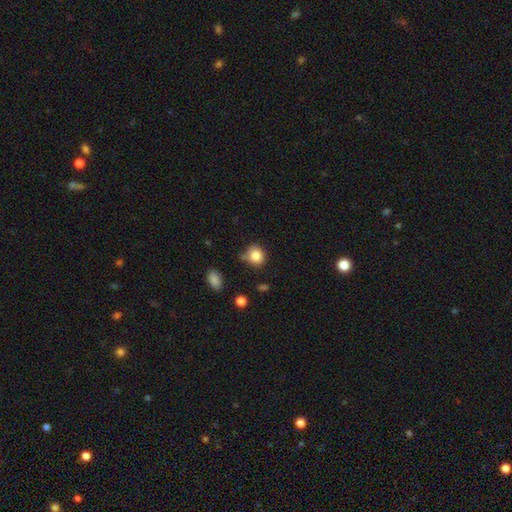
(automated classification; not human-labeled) smooth-or-featured: smooth: 83% | star or artifact: 10% | featured or disk: 7%
  how-rounded: round: 76% | in between: 23% | cigar-shaped: 1%
  merging: none: 65% | minor disturbance: 23% | merger: 6% | major disturbance: 5%